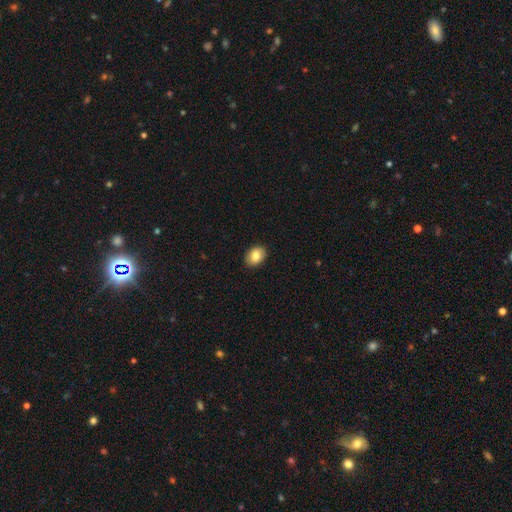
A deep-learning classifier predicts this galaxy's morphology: smooth_or_featured: smooth (p=0.84) [alt: featured or disk p=0.08]
how_rounded: in between (p=0.73) [alt: round p=0.26]
merging: none (p=0.90) [alt: minor disturbance p=0.07]